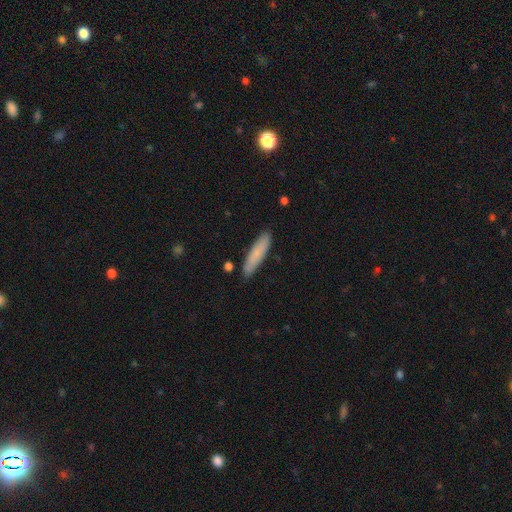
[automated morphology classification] A smooth galaxy with no disk features (78%) that is cigar-shaped (79%).

Vote fractions:
- Smooth or featured? smooth: 78% / featured or disk: 16% / star or artifact: 6%
- How rounded? cigar-shaped: 79% / in between: 19% / round: 1%
- Merging? none: 86% / minor disturbance: 11% / merger: 2% / major disturbance: 2%